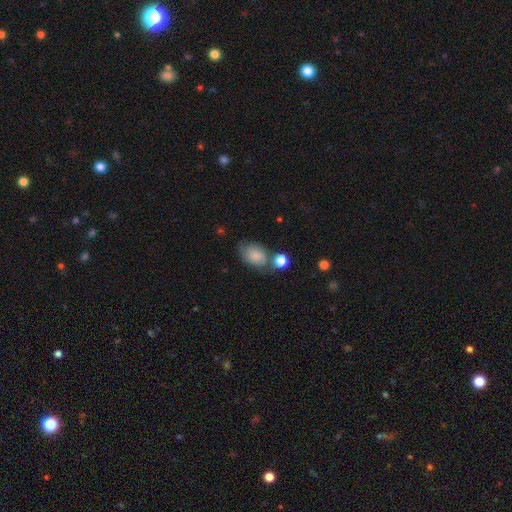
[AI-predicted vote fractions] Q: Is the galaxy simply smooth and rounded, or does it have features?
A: smooth — 74%.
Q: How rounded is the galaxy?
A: in between — 76%.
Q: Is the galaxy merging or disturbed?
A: none — 50%.